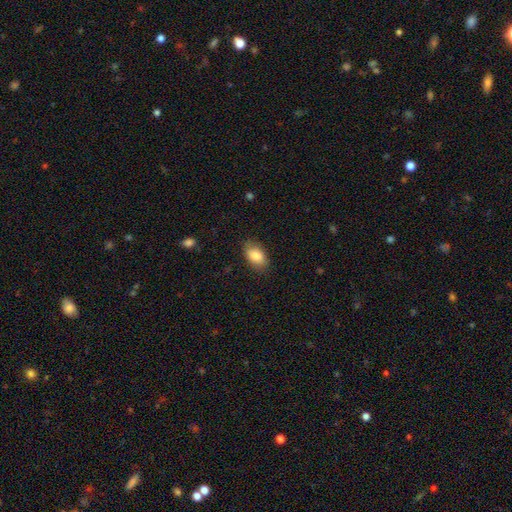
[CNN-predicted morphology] Smooth or featured: smooth — 87% (star or artifact — 7%)
How rounded: in between — 91% (round — 7%)
Merging: none — 83% (minor disturbance — 13%)